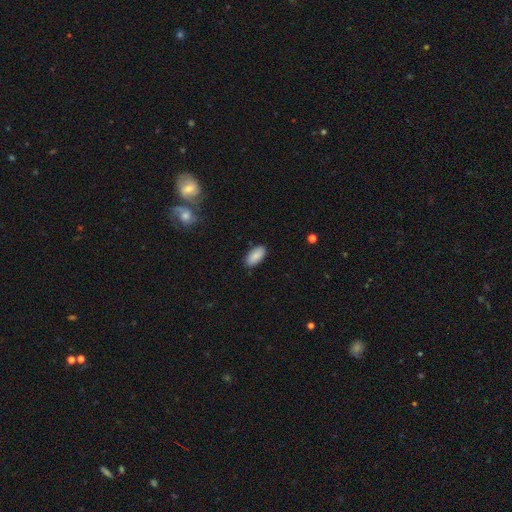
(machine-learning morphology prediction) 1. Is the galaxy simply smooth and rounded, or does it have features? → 88% smooth, 7% star or artifact, 5% featured or disk.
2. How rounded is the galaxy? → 93% in between, 4% cigar-shaped, 2% round.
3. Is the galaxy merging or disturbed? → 87% none, 9% minor disturbance, 2% major disturbance, 1% merger.